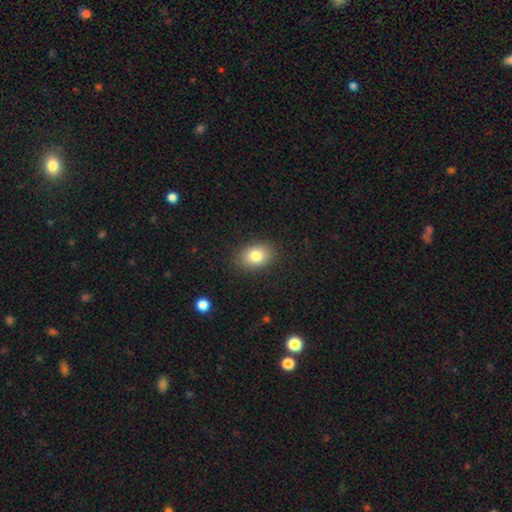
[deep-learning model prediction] Smooth or featured?
  - smooth: 82% *
  - star or artifact: 9%
  - featured or disk: 9%
How rounded?
  - in between: 70% *
  - round: 29%
  - cigar-shaped: 1%
Merging?
  - none: 88% *
  - minor disturbance: 9%
  - major disturbance: 3%
  - merger: 1%